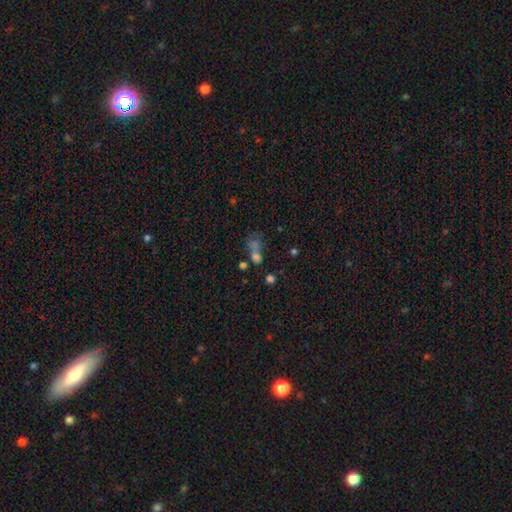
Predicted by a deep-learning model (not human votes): Smooth or featured? Predicted: smooth (p=0.54). How rounded? Predicted: round (p=0.51). Merging? Predicted: merger (p=0.43).